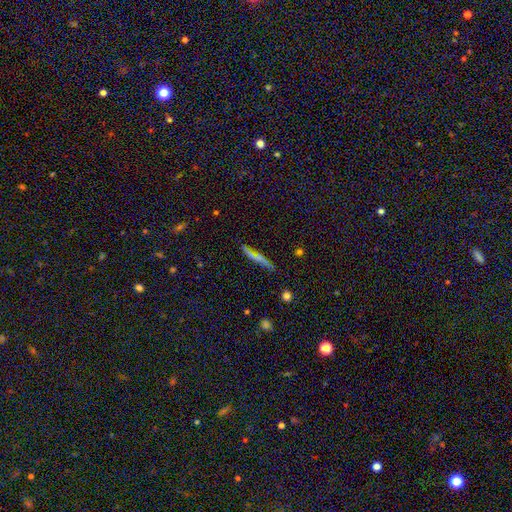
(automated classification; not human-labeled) smooth-or-featured: featured or disk: 44% | smooth: 42% | star or artifact: 14%
  merging: none: 80% | minor disturbance: 13% | major disturbance: 4% | merger: 4%